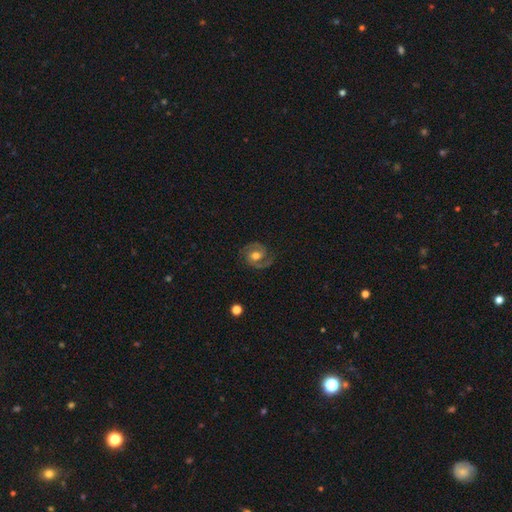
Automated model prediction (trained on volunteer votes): Morphology: type=featured or disk (86%); edge-on=no (98%); bar=no (52%); spiral arms=yes (97%); winding=medium (52%); arm count=2 (91%); bulge=moderate (73%); merging=none (81%).